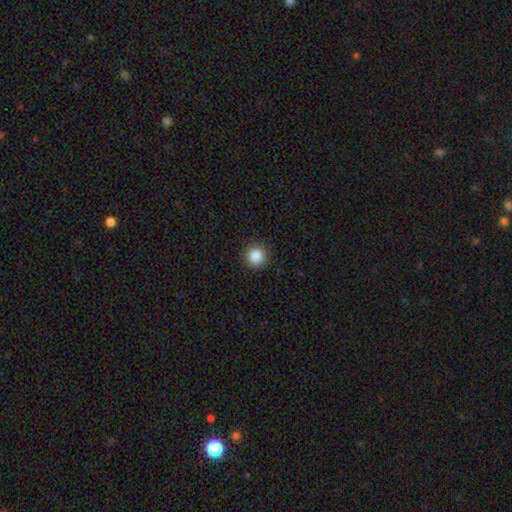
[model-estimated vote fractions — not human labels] Smooth or featured? Predicted: smooth (p=0.87). How rounded? Predicted: round (p=0.95). Merging? Predicted: none (p=0.91).